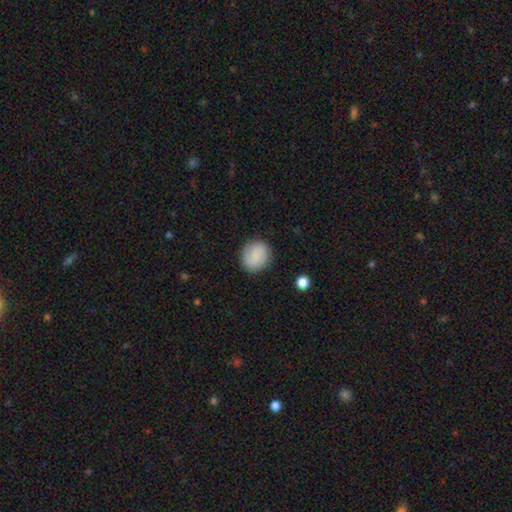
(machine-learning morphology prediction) smooth_or_featured: smooth (p=0.74) [alt: featured or disk p=0.18]
how_rounded: round (p=0.83) [alt: in between p=0.16]
merging: none (p=0.86) [alt: minor disturbance p=0.10]